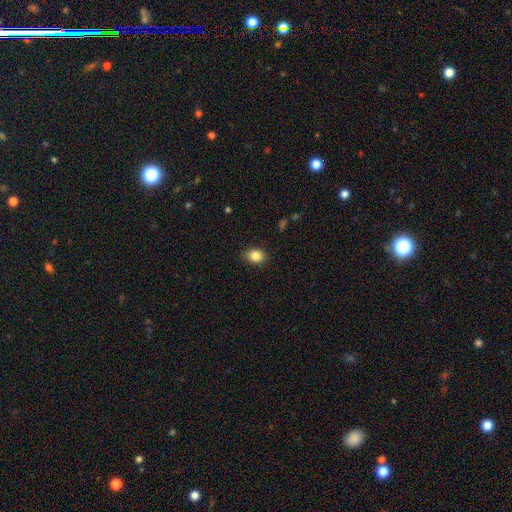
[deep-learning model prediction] smooth 85%, star or artifact 9%, featured or disk 6%. Down the decision tree: how rounded — in between (62%); merging — none (86%).